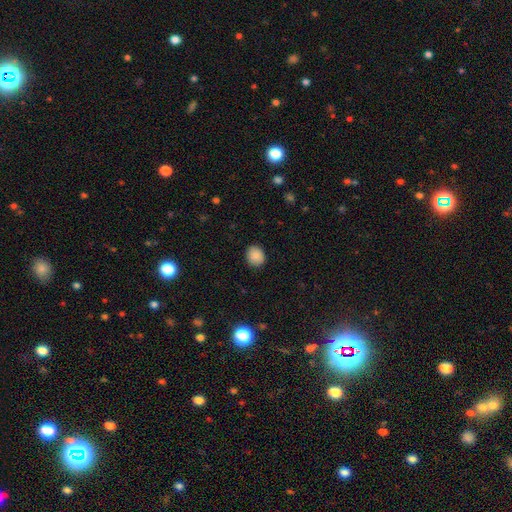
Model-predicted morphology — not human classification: A smooth galaxy with no disk features (88%) that is round (69%). Merging: none (88%).